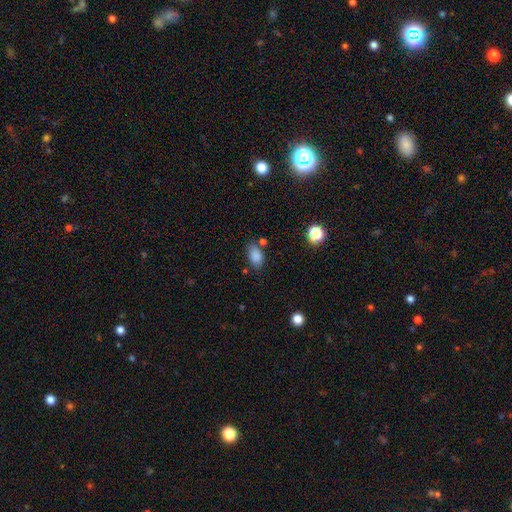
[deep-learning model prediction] Smooth or featured?
  - smooth: 84% *
  - star or artifact: 10%
  - featured or disk: 5%
How rounded?
  - in between: 88% *
  - round: 10%
  - cigar-shaped: 2%
Merging?
  - none: 67% *
  - minor disturbance: 19%
  - merger: 8%
  - major disturbance: 5%